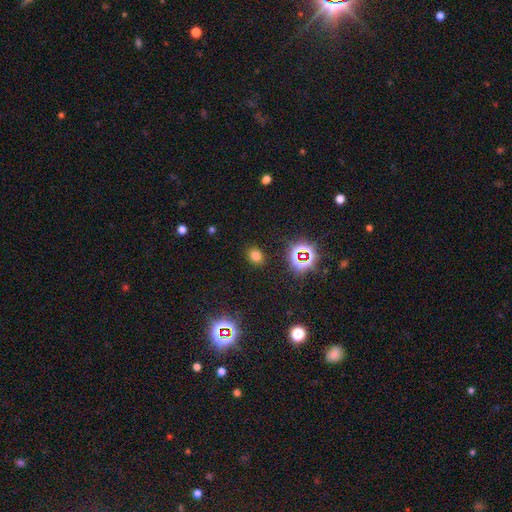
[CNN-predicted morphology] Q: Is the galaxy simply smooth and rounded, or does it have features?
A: smooth — 67%.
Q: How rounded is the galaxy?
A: in between — 50%.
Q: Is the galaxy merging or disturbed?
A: none — 86%.